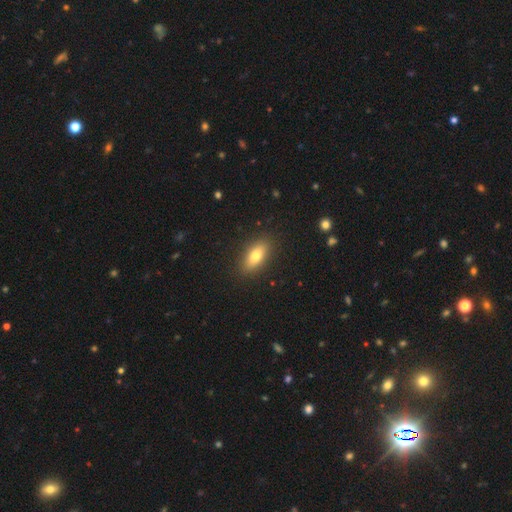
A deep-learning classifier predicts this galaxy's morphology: A smooth galaxy with no disk features (77%) that is in between round and cigar-shaped (81%). Merging: none (88%).